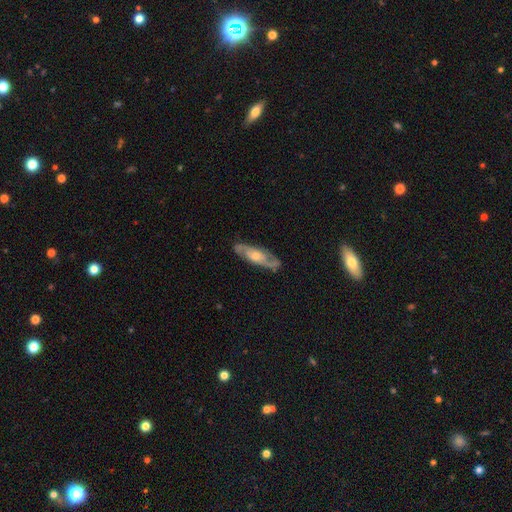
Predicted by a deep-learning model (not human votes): Smooth or featured?
  - featured or disk: 78% *
  - smooth: 16%
  - star or artifact: 5%
Edge-on disk?
  - no: 82% *
  - yes: 18%
Bar?
  - no: 66% *
  - weak: 27%
  - strong: 7%
Spiral arms?
  - yes: 90% *
  - no: 10%
Spiral winding?
  - medium: 45% *
  - tight: 40%
  - loose: 14%
Spiral arm count?
  - 2: 78% *
  - can't tell: 14%
  - 3: 3%
  - 1: 2%
  - 4: 1%
  - more than 4: 1%
Bulge size?
  - moderate: 51% *
  - small: 40%
  - large: 5%
  - none: 3%
  - dominant: 1%
Merging?
  - none: 82% *
  - minor disturbance: 13%
  - major disturbance: 4%
  - merger: 1%